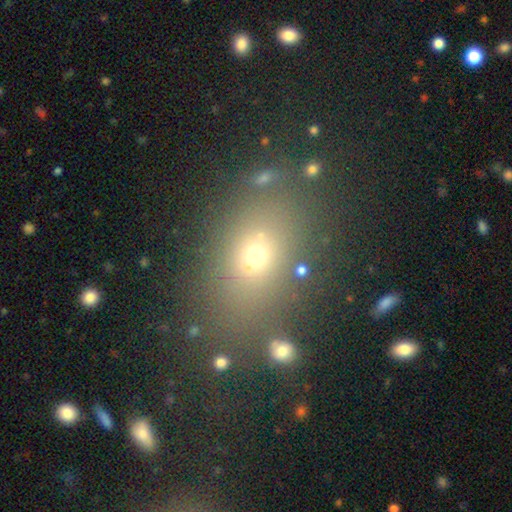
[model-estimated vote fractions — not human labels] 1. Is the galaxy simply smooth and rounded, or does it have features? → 59% smooth, 25% star or artifact, 16% featured or disk.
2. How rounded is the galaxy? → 64% in between, 33% round, 3% cigar-shaped.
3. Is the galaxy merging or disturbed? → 73% none, 12% minor disturbance, 8% merger, 7% major disturbance.